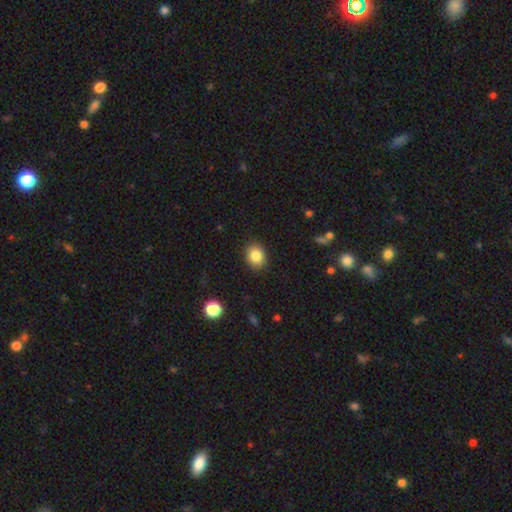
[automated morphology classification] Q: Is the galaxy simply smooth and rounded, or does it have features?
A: smooth — 85%.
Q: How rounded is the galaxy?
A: in between — 50%, tied with round.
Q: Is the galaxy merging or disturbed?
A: none — 89%.